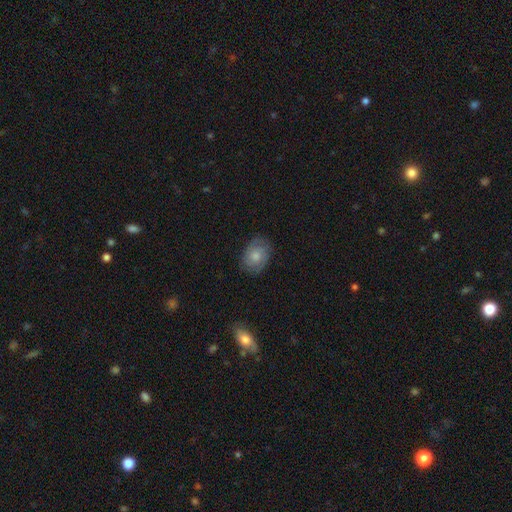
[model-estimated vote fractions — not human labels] A featured or disk galaxy (58%) with no bar (76%), spiral arms (88%) and a moderate central bulge (48%).

Vote fractions:
- Smooth or featured? featured or disk: 58% / smooth: 34% / star or artifact: 8%
- Edge-on disk? no: 96% / yes: 4%
- Bar? no: 76% / weak: 21% / strong: 3%
- Spiral arms? yes: 88% / no: 12%
- Bulge size? moderate: 48% / small: 36% / large: 7% / none: 7% / dominant: 2%
- Merging? none: 79% / minor disturbance: 15% / major disturbance: 5% / merger: 1%